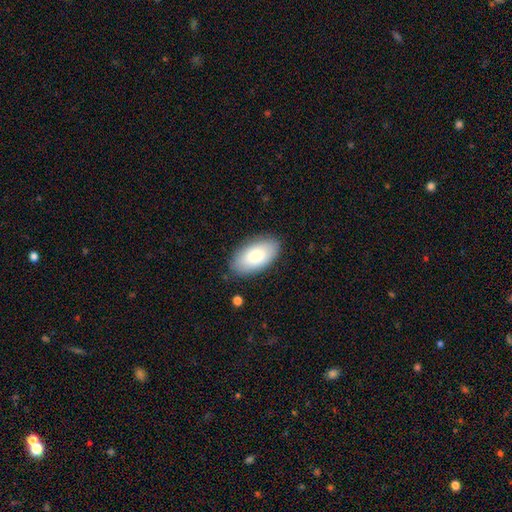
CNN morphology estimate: Smooth or featured: smooth — 76% (featured or disk — 18%)
How rounded: in between — 95% (round — 3%)
Merging: none — 86% (minor disturbance — 10%)